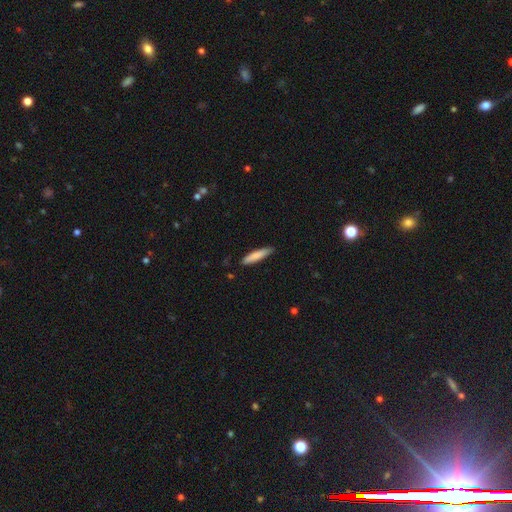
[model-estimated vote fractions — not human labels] Morphology: type=smooth (80%); roundness=cigar-shaped (87%); merging=none (84%).